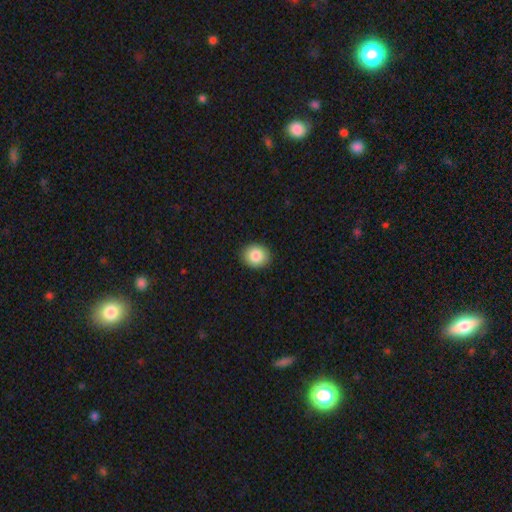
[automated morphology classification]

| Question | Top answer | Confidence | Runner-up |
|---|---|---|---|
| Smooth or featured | smooth | 87% | star or artifact (8%) |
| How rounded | round | 76% | in between (23%) |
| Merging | none | 91% | minor disturbance (6%) |